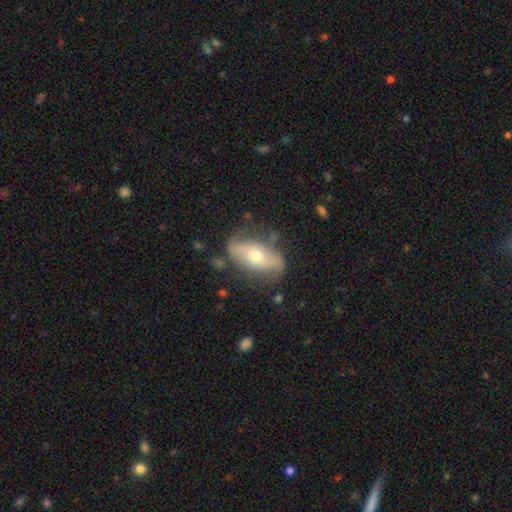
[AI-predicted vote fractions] featured or disk 53%, smooth 40%, star or artifact 7%. Down the decision tree: edge-on disk — no (78%); merging — none (70%).